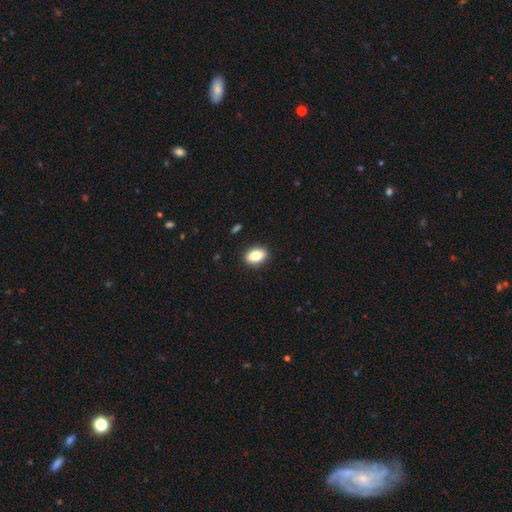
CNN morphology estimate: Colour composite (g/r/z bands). It shows a smooth galaxy with no disk features (83%) that is in between round and cigar-shaped (82%). Merging: none (90%).